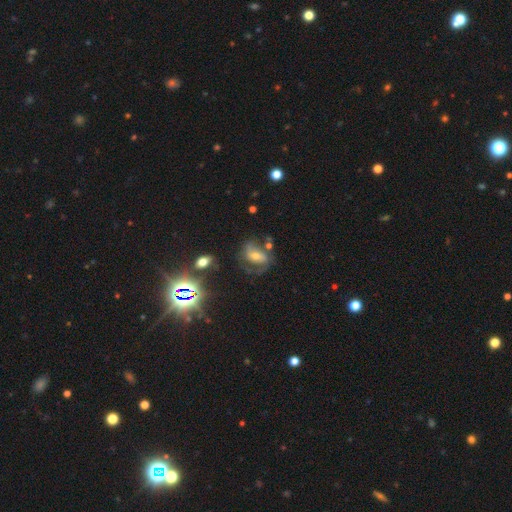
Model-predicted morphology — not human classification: type=featured or disk (60%); edge-on=no (95%); bar=weak (39%); spiral arms=yes (82%); bulge=moderate (51%); merging=none (53%).